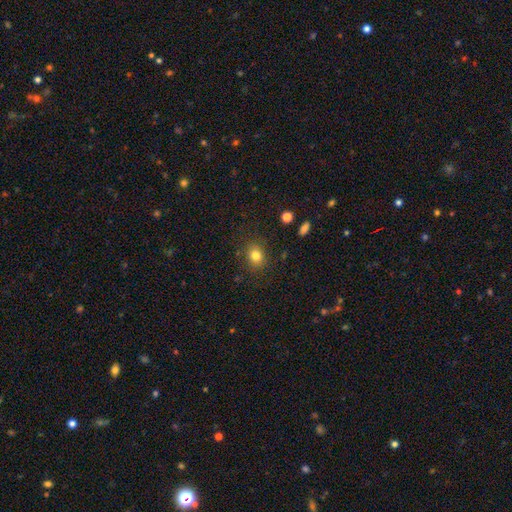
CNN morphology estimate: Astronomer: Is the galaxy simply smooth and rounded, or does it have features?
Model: smooth — 81%.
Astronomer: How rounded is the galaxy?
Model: round — 60% (runner-up: in between, 39%).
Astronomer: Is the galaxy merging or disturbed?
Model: none — 85%.